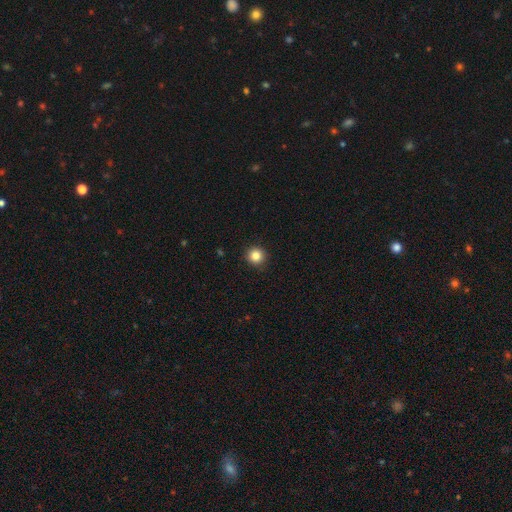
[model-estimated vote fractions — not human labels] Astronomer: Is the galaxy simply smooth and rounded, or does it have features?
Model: smooth — 85%.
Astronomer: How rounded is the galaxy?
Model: round — 95%.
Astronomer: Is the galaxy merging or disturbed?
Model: none — 92%.